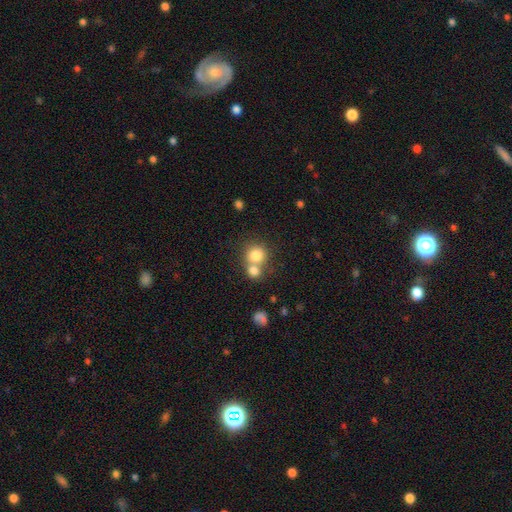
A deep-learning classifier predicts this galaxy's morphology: Overall: smooth (79%). How rounded: round (86%). Merging: merger (48%; none 42%).